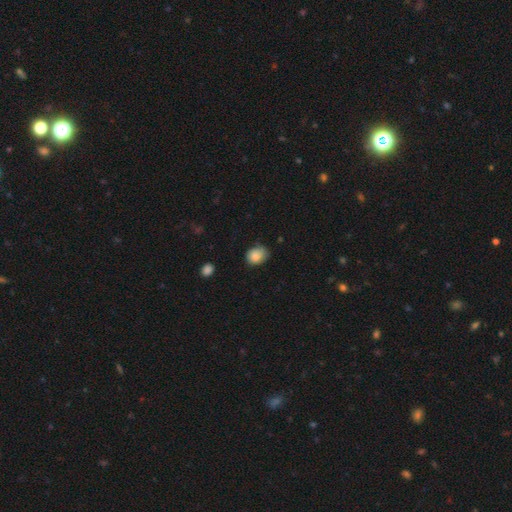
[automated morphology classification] Q: Smooth or featured?
A: smooth (85%); runner-up: star or artifact (8%)
Q: How rounded?
A: in between (50%); runner-up: round (49%)
Q: Merging?
A: none (58%); runner-up: minor disturbance (33%)